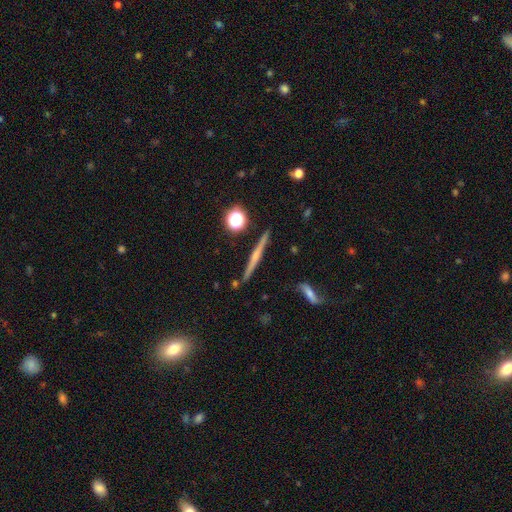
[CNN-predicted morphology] A featured or disk galaxy (68%) viewed edge-on (98%) with a rounded central bulge (60%).

Vote fractions:
- Smooth or featured? featured or disk: 68% / smooth: 23% / star or artifact: 9%
- Edge-on disk? yes: 98% / no: 2%
- Edge-on bulge? rounded: 60% / none: 30% / boxy: 9%
- Merging? none: 89% / minor disturbance: 7% / merger: 2% / major disturbance: 2%